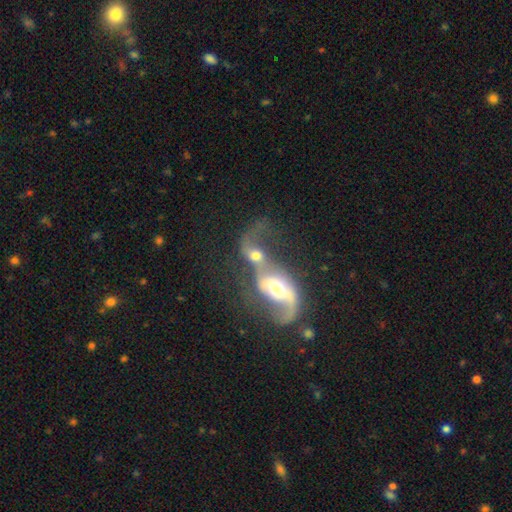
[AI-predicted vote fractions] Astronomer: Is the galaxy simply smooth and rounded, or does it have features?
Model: featured or disk — 57% (runner-up: smooth, 33%).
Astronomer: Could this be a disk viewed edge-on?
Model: no — 93%.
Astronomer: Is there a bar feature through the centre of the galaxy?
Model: no — 58%.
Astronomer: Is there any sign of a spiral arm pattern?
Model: yes — 69%.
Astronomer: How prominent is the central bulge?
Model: moderate — 60%.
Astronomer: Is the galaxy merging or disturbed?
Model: merger — 81%.